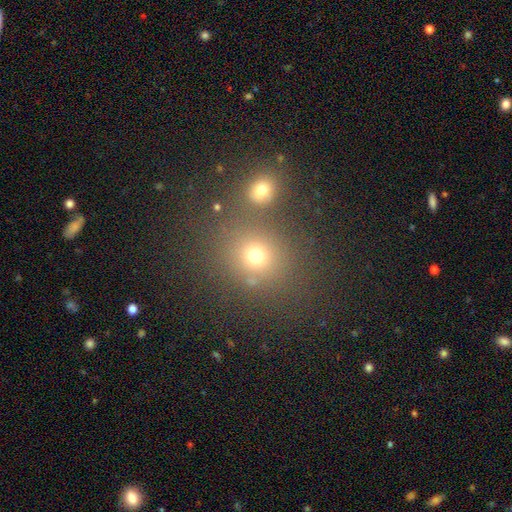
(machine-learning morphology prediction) This appears to be a smooth galaxy with no disk features (70%) that is round (79%). Merging: none (68%).